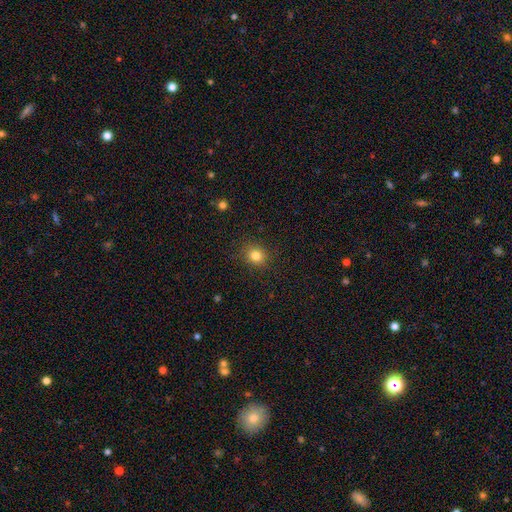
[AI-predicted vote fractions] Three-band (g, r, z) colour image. It shows a smooth galaxy with no disk features (83%) that is round (77%). Merging: none (88%).